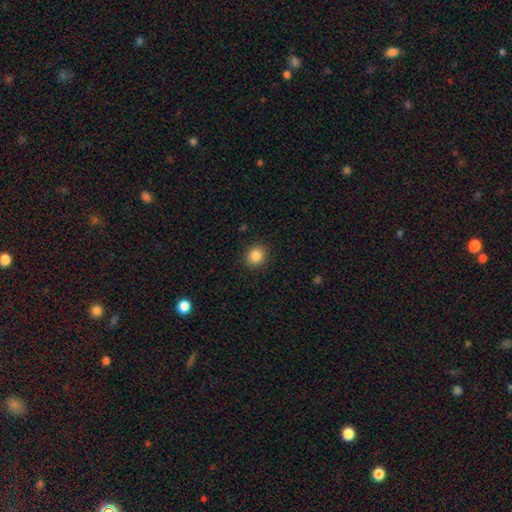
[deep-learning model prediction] smooth 87%, star or artifact 10%, featured or disk 4%. Down the decision tree: how rounded — round (78%); merging — none (90%).